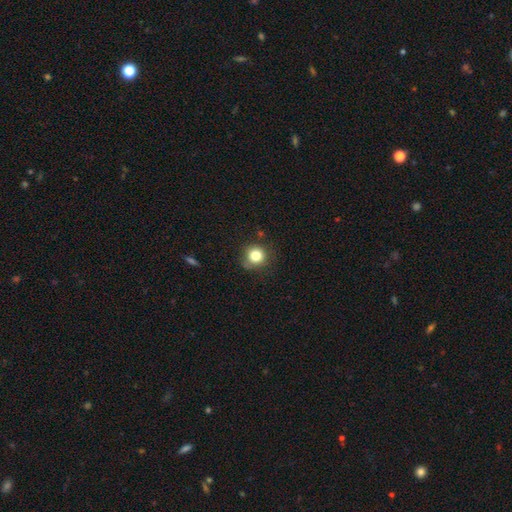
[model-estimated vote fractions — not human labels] smooth-or-featured: smooth: 82% | star or artifact: 12% | featured or disk: 6%
  how-rounded: round: 91% | in between: 8% | cigar-shaped: 1%
  merging: none: 79% | minor disturbance: 15% | major disturbance: 4% | merger: 3%